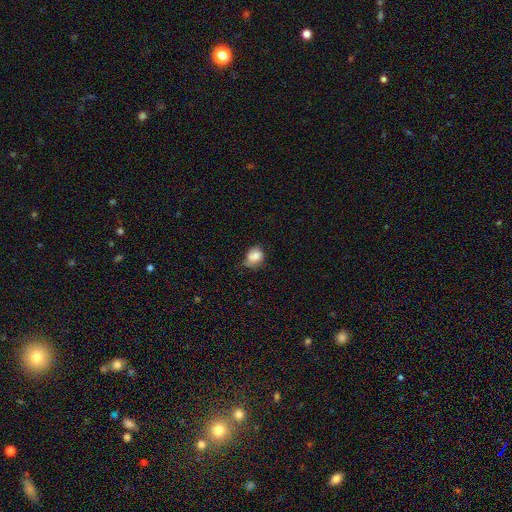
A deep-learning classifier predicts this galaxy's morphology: A smooth galaxy with no disk features (78%) that is round (57%).

Vote fractions:
- Smooth or featured? smooth: 78% / featured or disk: 13% / star or artifact: 9%
- How rounded? round: 57% / in between: 42% / cigar-shaped: 1%
- Merging? none: 49% / minor disturbance: 37% / major disturbance: 11% / merger: 3%